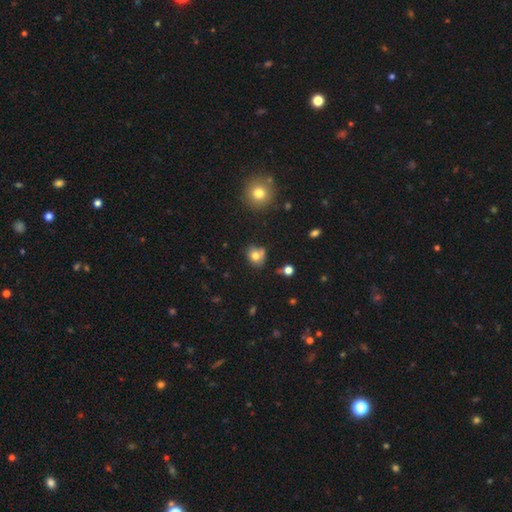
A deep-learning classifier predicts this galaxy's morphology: Smooth or featured: smooth — 76% (star or artifact — 13%)
How rounded: round — 67% (in between — 32%)
Merging: none — 61% (minor disturbance — 18%)